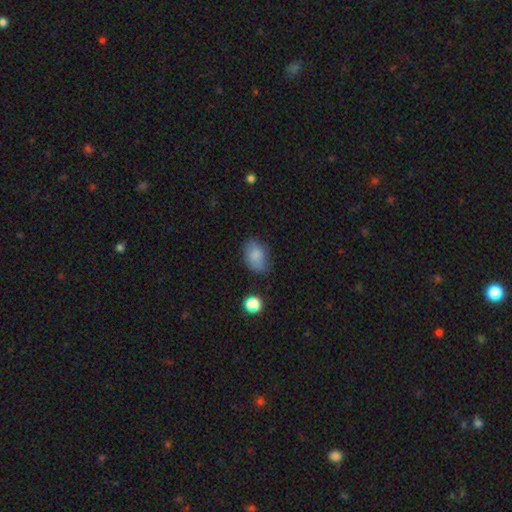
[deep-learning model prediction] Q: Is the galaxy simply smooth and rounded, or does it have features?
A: smooth — 82%.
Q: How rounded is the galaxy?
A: in between — 79%.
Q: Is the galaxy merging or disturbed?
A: none — 65%.